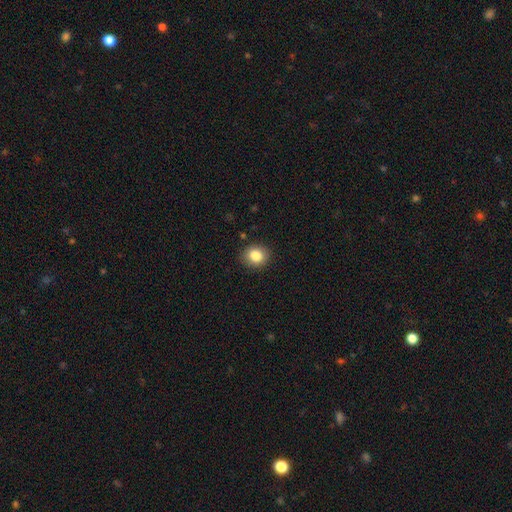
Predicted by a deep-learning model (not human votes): smooth-or-featured: smooth: 84% | star or artifact: 9% | featured or disk: 7%
  how-rounded: round: 70% | in between: 29% | cigar-shaped: 1%
  merging: none: 88% | minor disturbance: 8% | major disturbance: 2% | merger: 1%